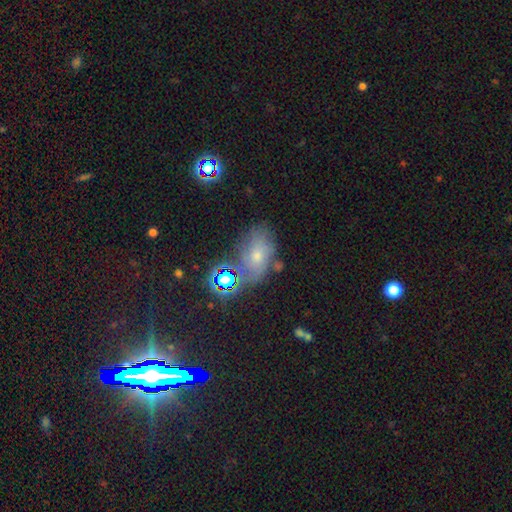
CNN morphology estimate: The model was most divided on "smooth or featured": smooth: 46%, featured or disk: 28%, star or artifact: 26%. More confident: merging — none (57%).